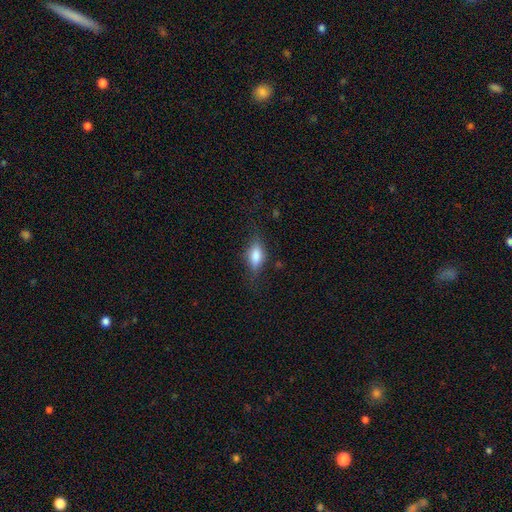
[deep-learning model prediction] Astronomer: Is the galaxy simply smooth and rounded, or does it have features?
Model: smooth — 73%.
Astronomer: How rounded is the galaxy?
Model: in between — 79%.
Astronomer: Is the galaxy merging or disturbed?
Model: none — 67%.